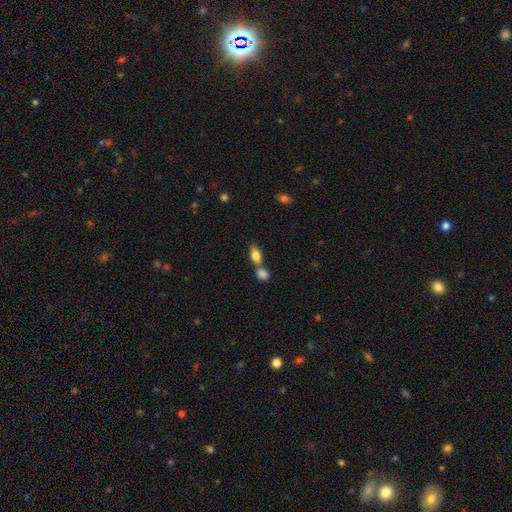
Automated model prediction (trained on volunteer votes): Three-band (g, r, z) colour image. It shows a smooth galaxy with no disk features (79%) that is in between round and cigar-shaped (82%). Merging: merger (49%).